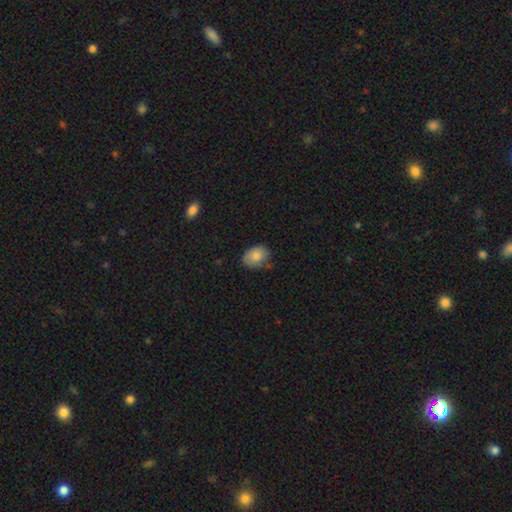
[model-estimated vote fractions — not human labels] smooth 80%, featured or disk 12%, star or artifact 8%. Down the decision tree: how rounded — in between (73%); merging — none (70%).